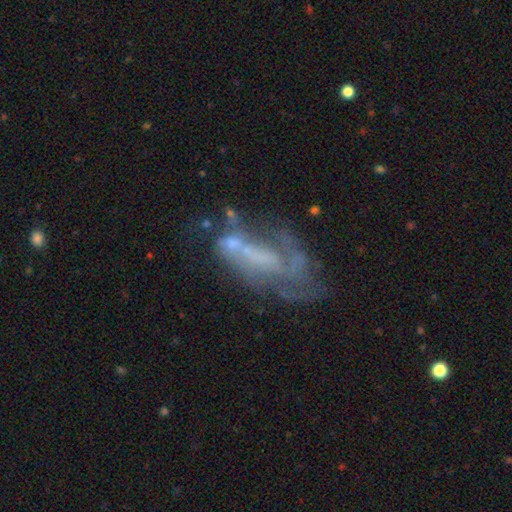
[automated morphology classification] A featured or disk galaxy (68%) with no bar (51%), spiral arms (56%) and no central bulge (59%). Merging: none (35%).